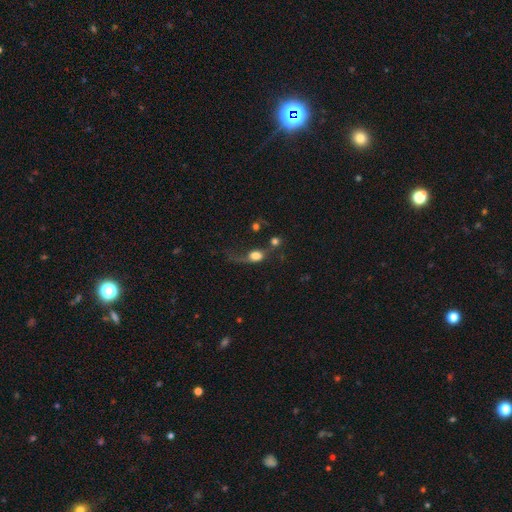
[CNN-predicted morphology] Smooth or featured? smooth (64%)
How rounded? in between (47%, tied with round)
Merging? major disturbance (41%)